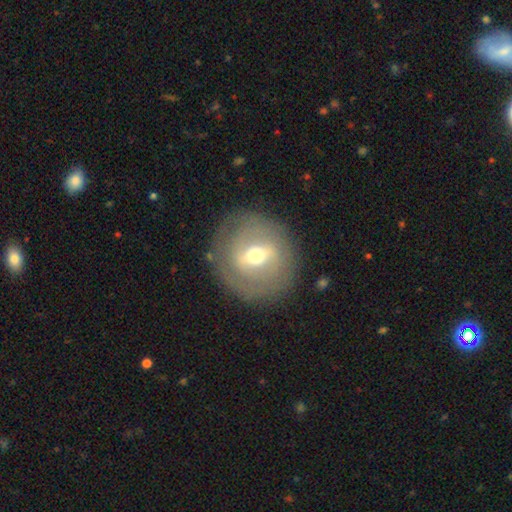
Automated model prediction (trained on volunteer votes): Smooth or featured? Predicted: featured or disk (p=0.62). Edge-on disk? Predicted: no (p=0.91). Bar? Predicted: weak (p=0.44). Spiral arms? Predicted: no (p=0.55). Bulge size? Predicted: moderate (p=0.62). Merging? Predicted: none (p=0.83).